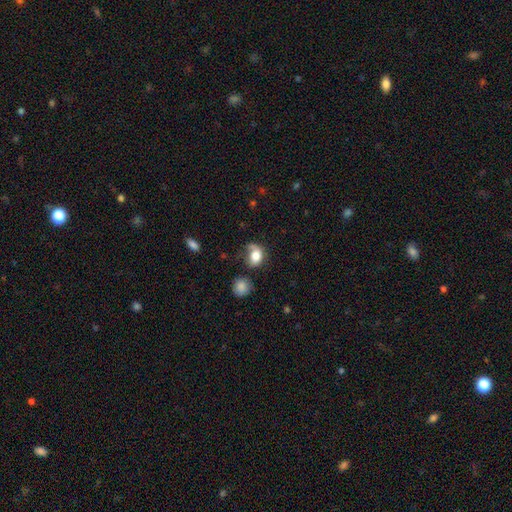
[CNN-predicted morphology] smooth 77%, featured or disk 14%, star or artifact 9%. Down the decision tree: how rounded — in between (58%); merging — none (37%).